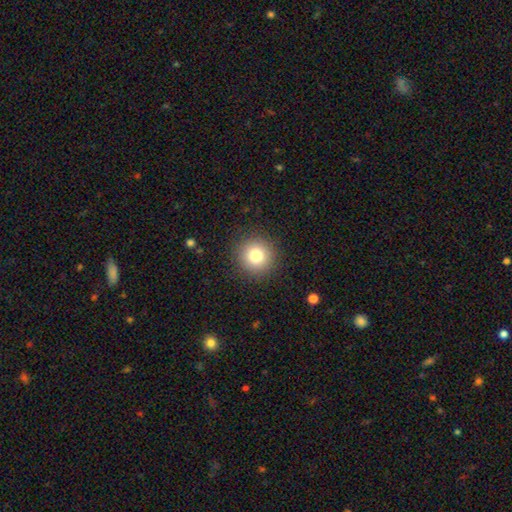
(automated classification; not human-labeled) The model was most divided on "smooth or featured": smooth: 79%, star or artifact: 12%, featured or disk: 10%. More confident: how rounded — round (94%); merging — none (90%).